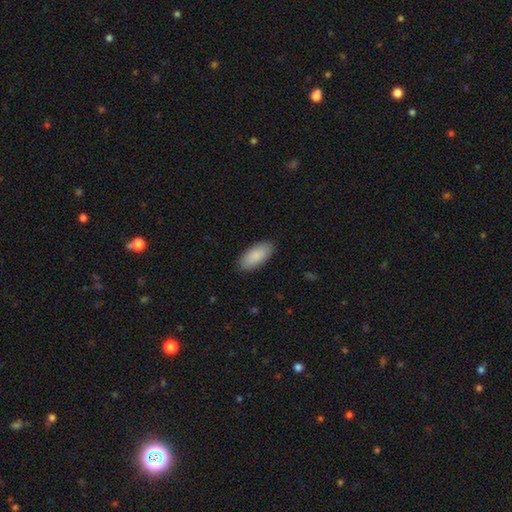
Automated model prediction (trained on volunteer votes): A smooth galaxy with no disk features (89%) that is in between round and cigar-shaped (91%).

Vote fractions:
- Smooth or featured? smooth: 89% / featured or disk: 5% / star or artifact: 5%
- How rounded? in between: 91% / cigar-shaped: 7% / round: 2%
- Merging? none: 88% / minor disturbance: 9% / major disturbance: 2% / merger: 1%